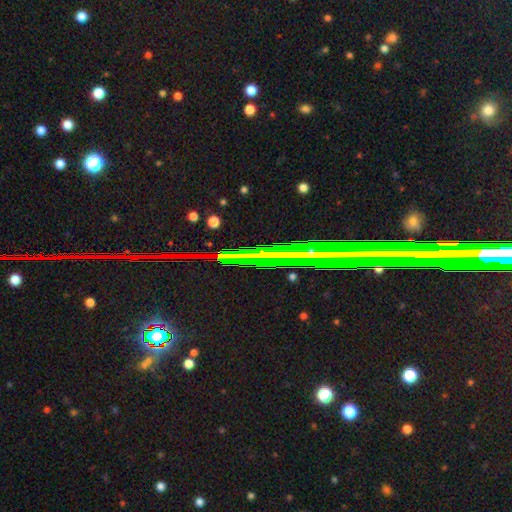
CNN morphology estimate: star or artifact 71%, featured or disk 17%, smooth 12%.